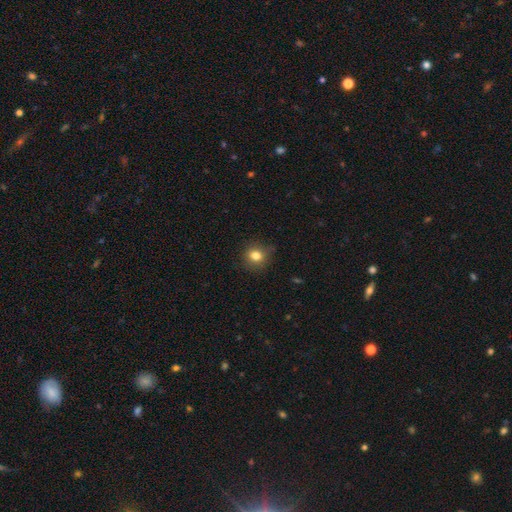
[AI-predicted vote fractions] Smooth or featured?
  - smooth: 82% *
  - star or artifact: 11%
  - featured or disk: 7%
How rounded?
  - round: 76% *
  - in between: 23%
  - cigar-shaped: 1%
Merging?
  - none: 83% *
  - minor disturbance: 13%
  - major disturbance: 3%
  - merger: 1%